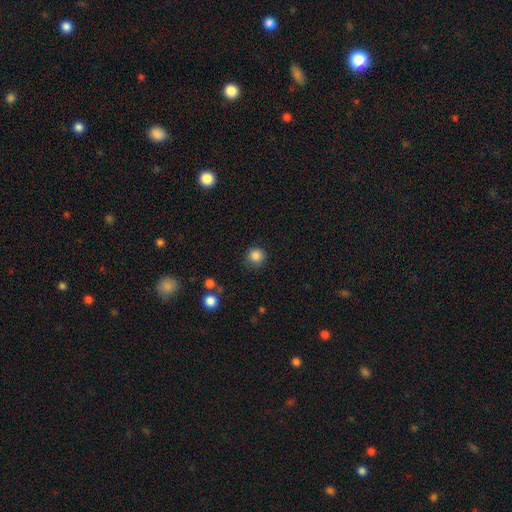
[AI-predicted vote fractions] smooth_or_featured: smooth (p=0.85) [alt: star or artifact p=0.11]
how_rounded: round (p=0.93) [alt: in between p=0.06]
merging: none (p=0.86) [alt: minor disturbance p=0.09]